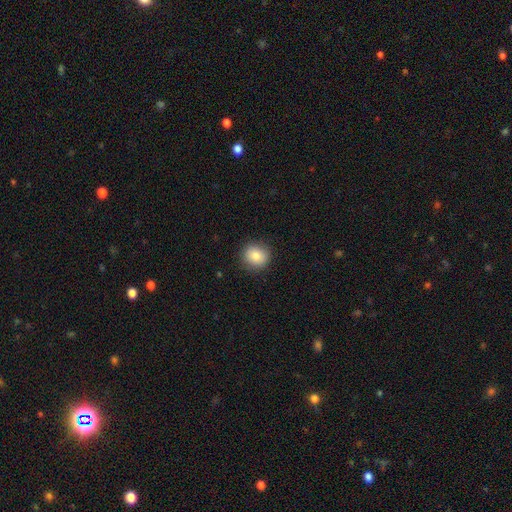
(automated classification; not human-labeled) The model was most divided on "smooth or featured": smooth: 83%, star or artifact: 9%, featured or disk: 8%. More confident: merging — none (89%); how rounded — round (88%).